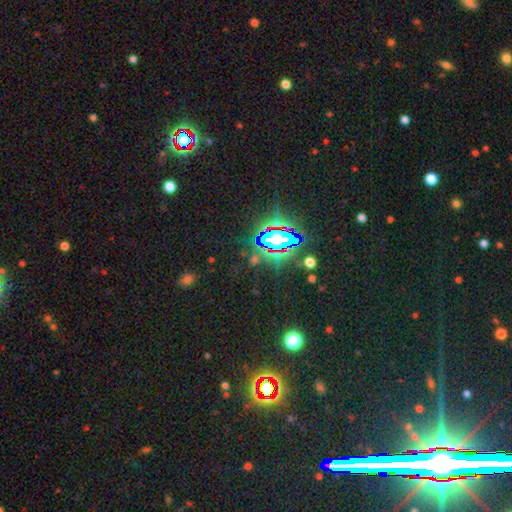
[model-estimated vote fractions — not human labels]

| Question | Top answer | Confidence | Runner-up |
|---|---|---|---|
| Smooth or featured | star or artifact | 82% | smooth (10%) |